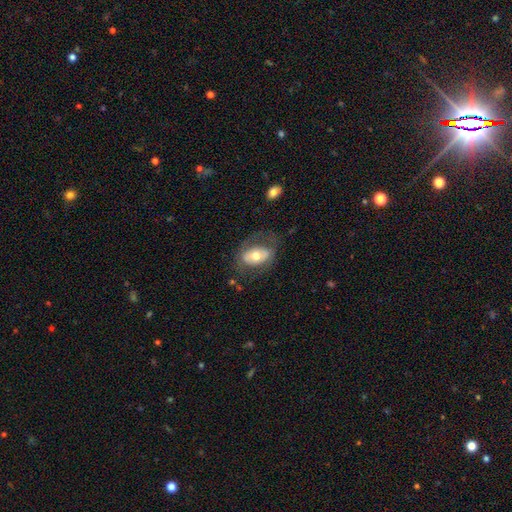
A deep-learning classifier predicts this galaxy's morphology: type=smooth (52%); roundness=in between (85%); merging=none (61%).